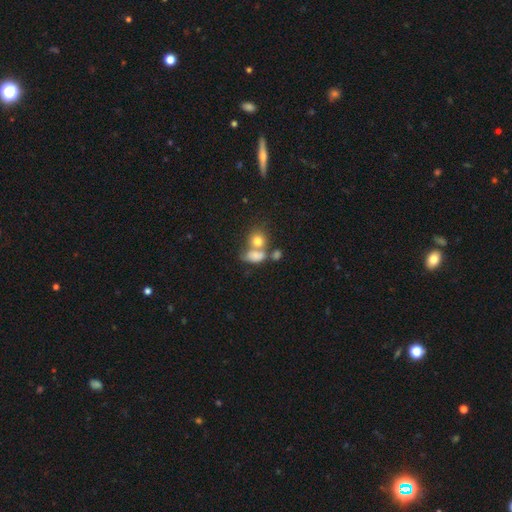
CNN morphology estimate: type=smooth (73%); roundness=in between (65%); merging=merger (52%).